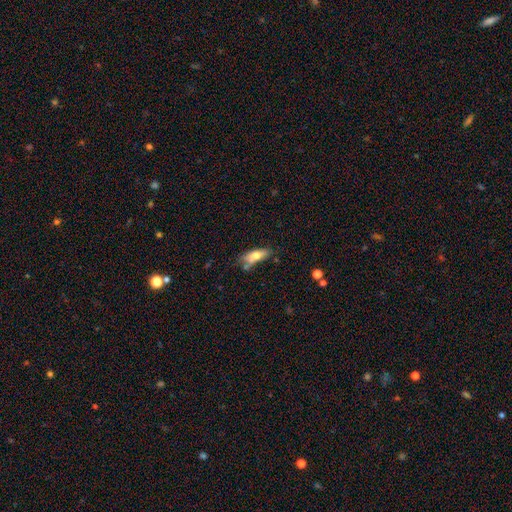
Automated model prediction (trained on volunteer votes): Smooth or featured? smooth (68%)
How rounded? in between (66%)
Merging? none (52%)